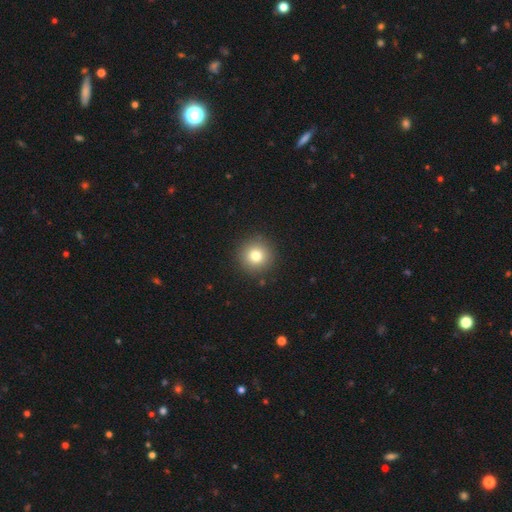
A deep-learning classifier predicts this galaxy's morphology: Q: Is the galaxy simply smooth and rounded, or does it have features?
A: smooth — 80%.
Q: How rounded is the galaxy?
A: round — 95%.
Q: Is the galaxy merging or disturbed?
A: none — 91%.